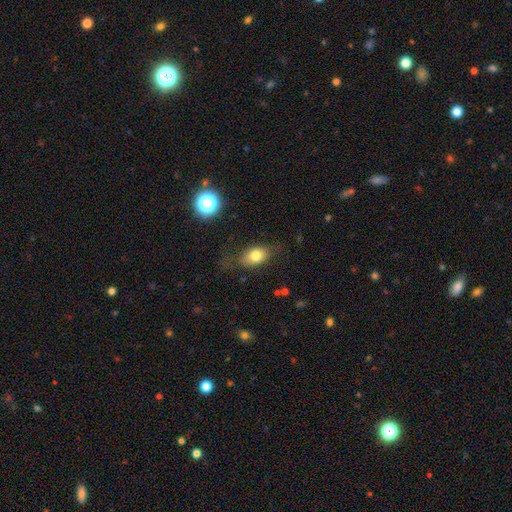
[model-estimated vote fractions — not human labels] Morphology: type=smooth (75%); roundness=in between (79%); merging=none (67%).